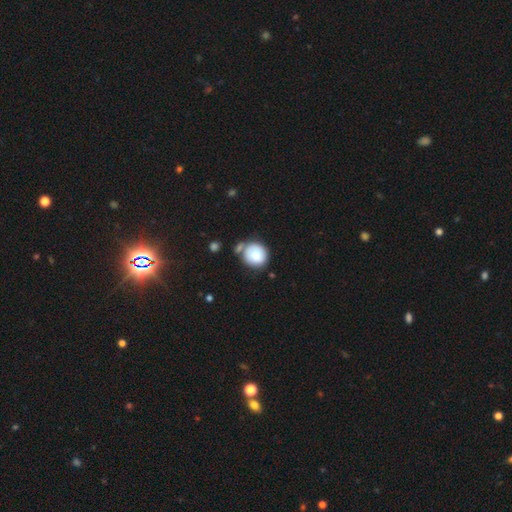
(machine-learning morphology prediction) smooth_or_featured: smooth (p=0.80) [alt: featured or disk p=0.13]
how_rounded: round (p=0.86) [alt: in between p=0.13]
merging: none (p=0.54) [alt: minor disturbance p=0.20]